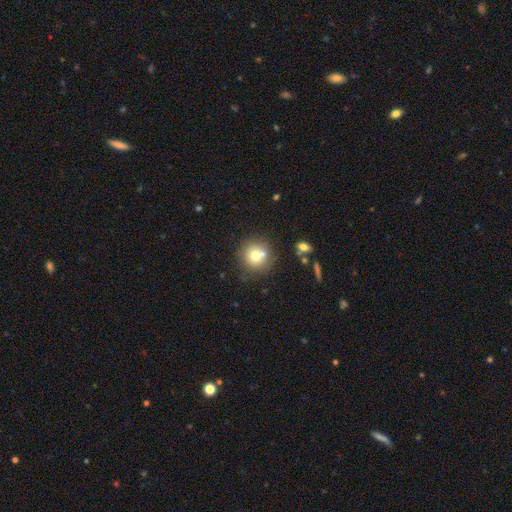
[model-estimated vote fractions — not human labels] Smooth or featured? Predicted: smooth (p=0.71). How rounded? Predicted: round (p=0.92). Merging? Predicted: none (p=0.65).